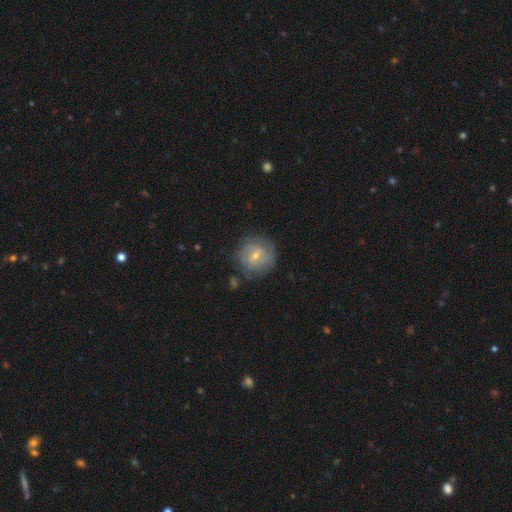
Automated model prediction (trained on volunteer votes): smooth_or_featured: featured or disk (p=0.50) [alt: smooth p=0.42]
disk_edge_on: no (p=0.97) [alt: yes p=0.03]
merging: none (p=0.73) [alt: minor disturbance p=0.17]